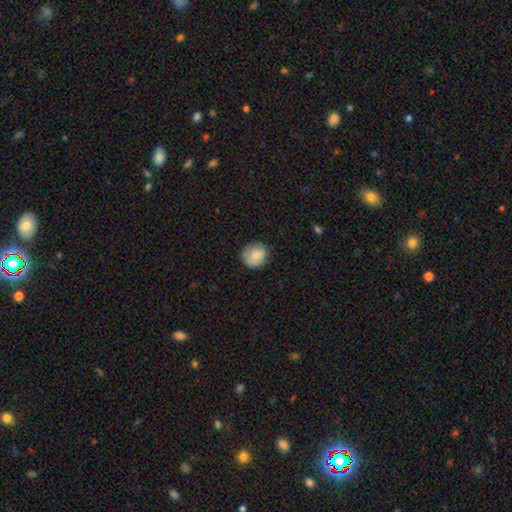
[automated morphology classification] Smooth or featured?
  - smooth: 81% *
  - featured or disk: 12%
  - star or artifact: 8%
How rounded?
  - round: 88% *
  - in between: 11%
  - cigar-shaped: 1%
Merging?
  - none: 81% *
  - minor disturbance: 15%
  - major disturbance: 3%
  - merger: 1%